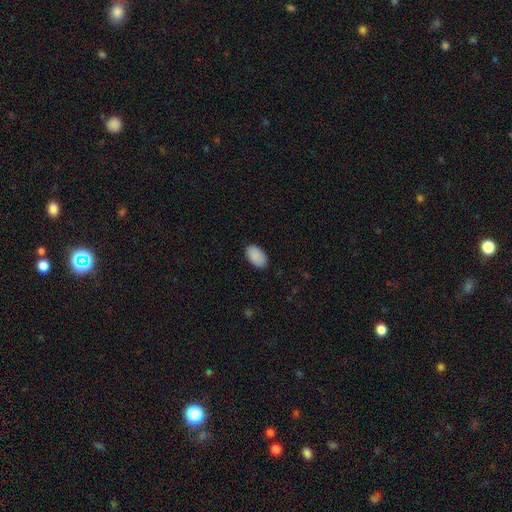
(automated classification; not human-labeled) Smooth or featured? Predicted: smooth (p=0.90). How rounded? Predicted: in between (p=0.95). Merging? Predicted: none (p=0.87).